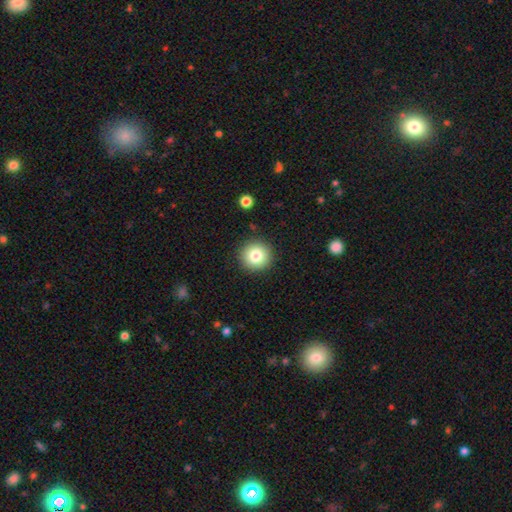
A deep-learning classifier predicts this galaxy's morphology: smooth_or_featured: smooth (p=0.81) [alt: star or artifact p=0.10]
how_rounded: round (p=0.95) [alt: in between p=0.04]
merging: none (p=0.91) [alt: minor disturbance p=0.06]